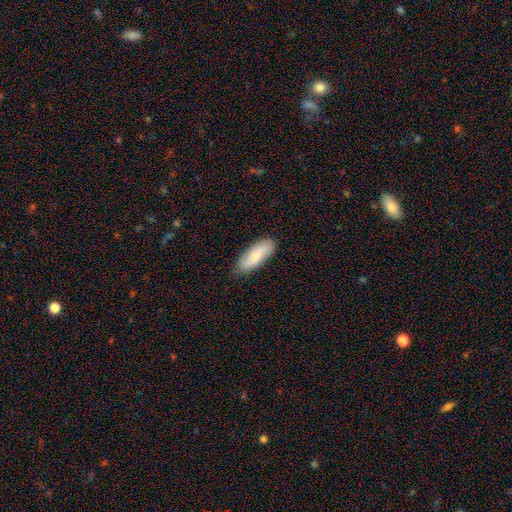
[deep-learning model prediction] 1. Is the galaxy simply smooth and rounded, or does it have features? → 72% smooth, 22% featured or disk, 6% star or artifact.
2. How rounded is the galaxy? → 73% in between, 25% cigar-shaped, 2% round.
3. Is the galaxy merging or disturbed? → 83% none, 14% minor disturbance, 2% major disturbance, 1% merger.